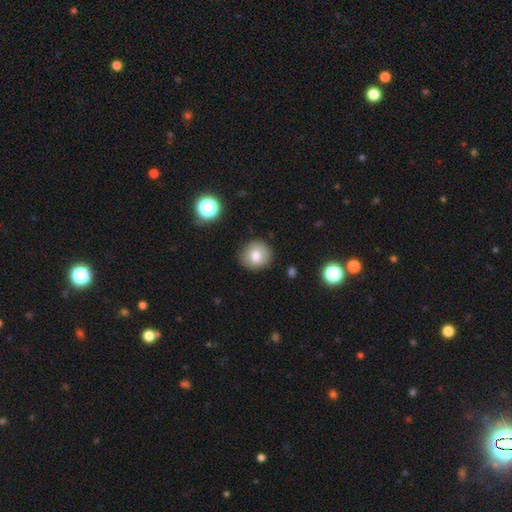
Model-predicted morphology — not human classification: This is likely a smooth galaxy (77%). How rounded: clearly round (89%). Merging: clearly none (86%).